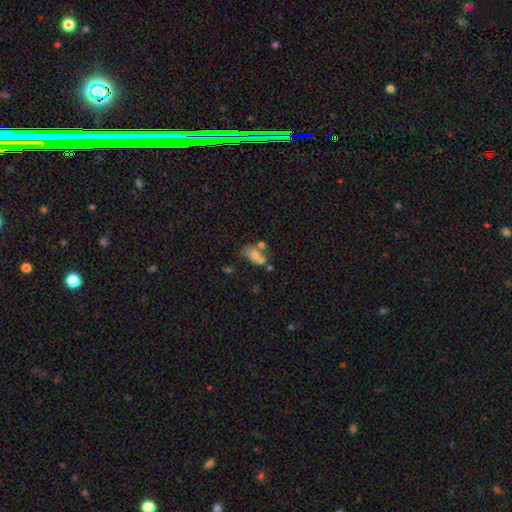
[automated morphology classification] Smooth or featured? Predicted: smooth (p=0.64). How rounded? Predicted: in between (p=0.83). Merging? Predicted: merger (p=0.37).